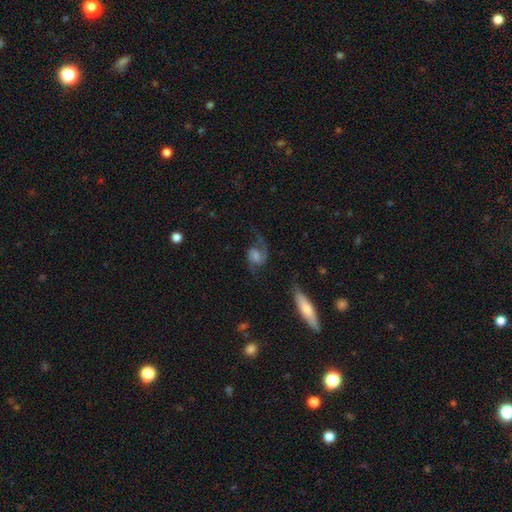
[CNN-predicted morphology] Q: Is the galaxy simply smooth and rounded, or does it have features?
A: featured or disk — 78%.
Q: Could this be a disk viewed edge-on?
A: no — 96%.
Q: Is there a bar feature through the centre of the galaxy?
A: no — 54%.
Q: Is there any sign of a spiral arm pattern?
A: yes — 95%.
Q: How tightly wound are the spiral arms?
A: loose — 48%.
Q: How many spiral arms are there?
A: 2 — 83%.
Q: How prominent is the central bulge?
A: moderate — 36%.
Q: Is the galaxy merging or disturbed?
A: none — 62%.